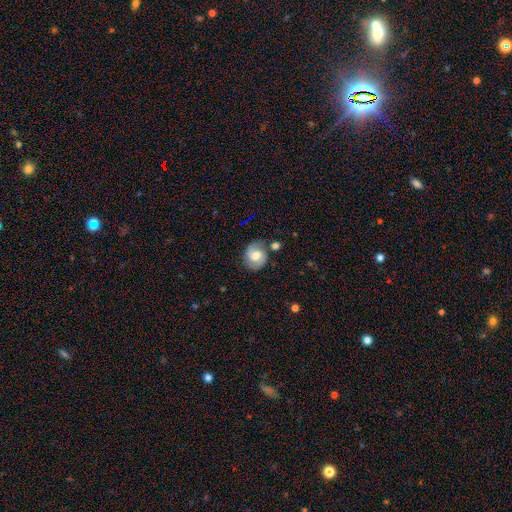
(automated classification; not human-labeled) Q: Smooth or featured?
A: featured or disk (56%); runner-up: smooth (36%)
Q: Edge-on disk?
A: no (97%); runner-up: yes (3%)
Q: Bar?
A: weak (45%); runner-up: no (44%)
Q: Spiral arms?
A: yes (86%); runner-up: no (14%)
Q: Bulge size?
A: moderate (68%); runner-up: small (15%)
Q: Merging?
A: none (73%); runner-up: minor disturbance (16%)